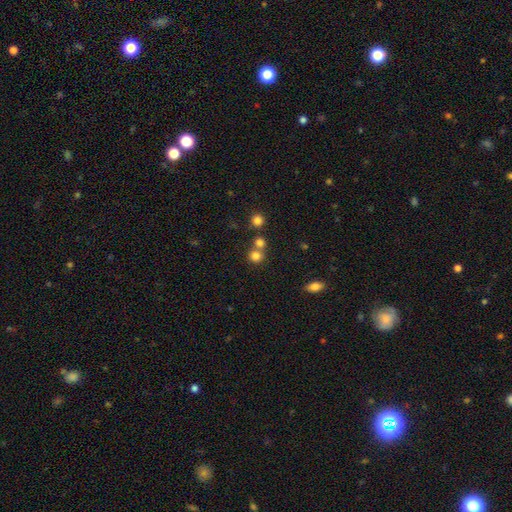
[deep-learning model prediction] This appears to be a smooth galaxy with no disk features (79%) that is round (89%). Merging: none (59%).